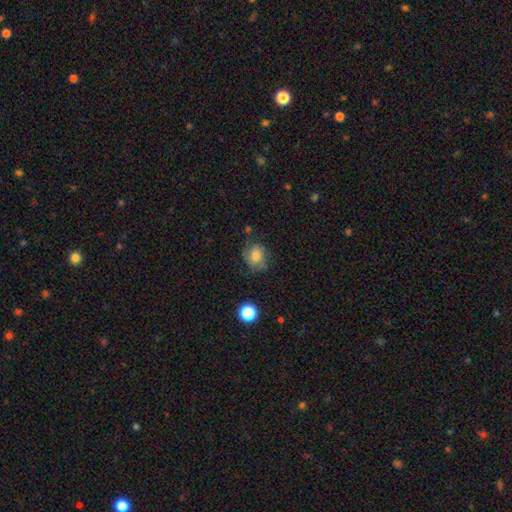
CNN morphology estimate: Smooth or featured? Predicted: smooth (p=0.60). How rounded? Predicted: round (p=0.73). Merging? Predicted: none (p=0.63).